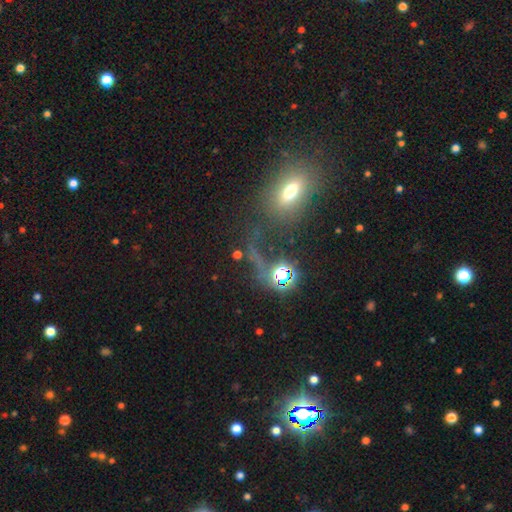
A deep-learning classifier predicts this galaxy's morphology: Smooth or featured?
  - star or artifact: 39% *
  - smooth: 36%
  - featured or disk: 24%